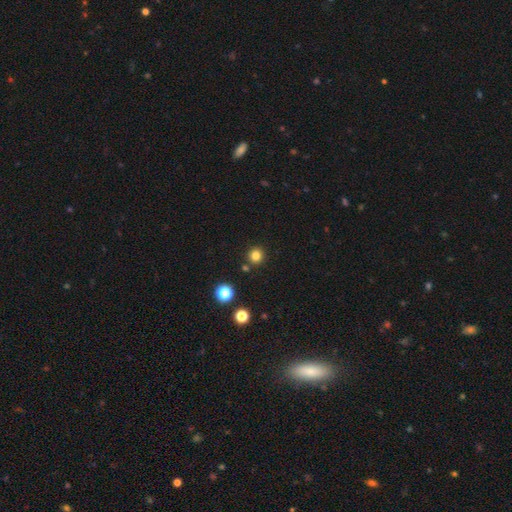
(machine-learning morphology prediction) Overall: smooth (81%). How rounded: round (94%). Merging: none (88%).